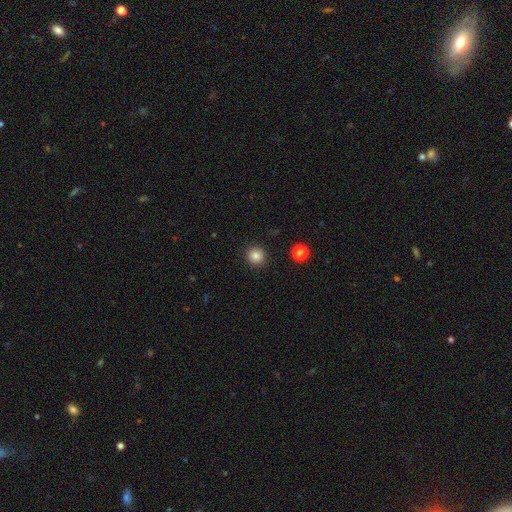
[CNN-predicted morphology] Smooth or featured? smooth (84%)
How rounded? round (93%)
Merging? none (92%)